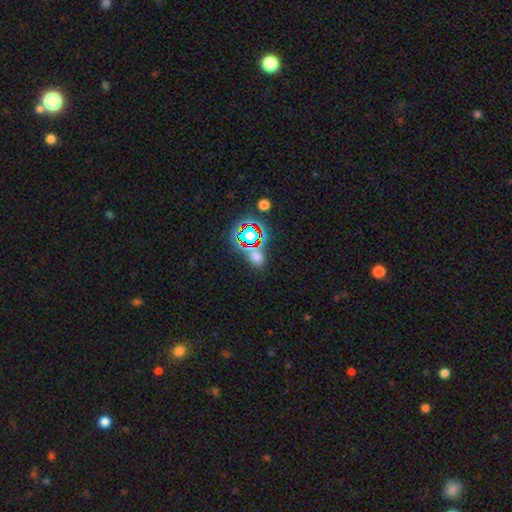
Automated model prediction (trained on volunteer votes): This appears to be a smooth galaxy with no disk features (52%) that is in between round and cigar-shaped (54%). Merging: none (69%).